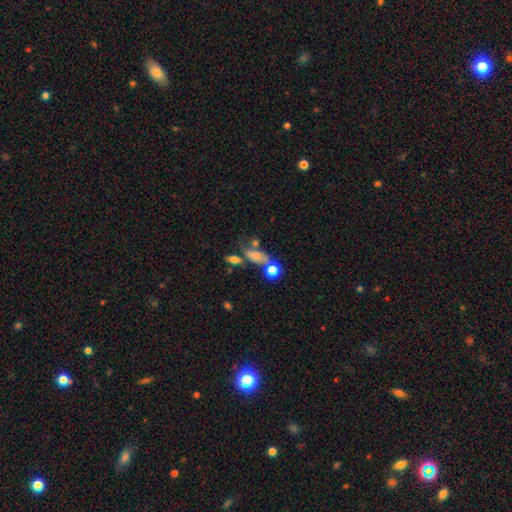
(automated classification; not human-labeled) This is likely a smooth galaxy (63%). How rounded: likely in between (68%). Merging: marginally none (38%).